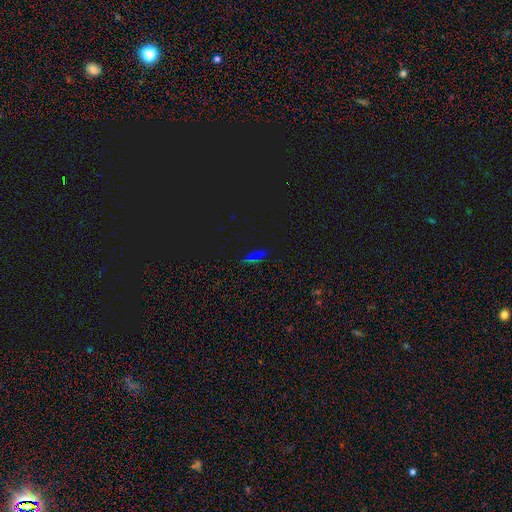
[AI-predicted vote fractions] This is possibly a star or artifact rather than a galaxy (49%).